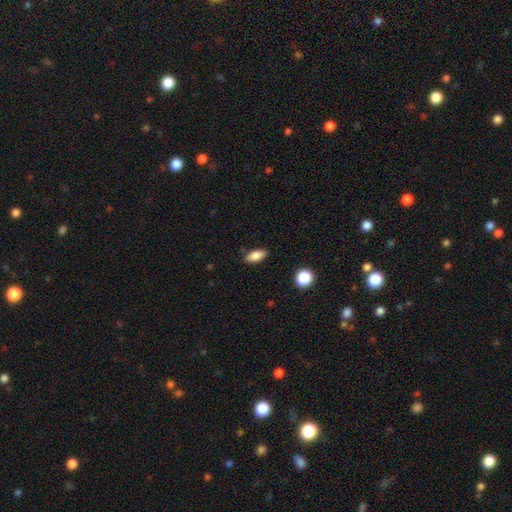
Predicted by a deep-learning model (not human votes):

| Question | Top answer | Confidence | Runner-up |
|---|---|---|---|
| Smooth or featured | smooth | 84% | star or artifact (8%) |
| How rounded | in between | 83% | cigar-shaped (13%) |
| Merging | none | 85% | minor disturbance (11%) |